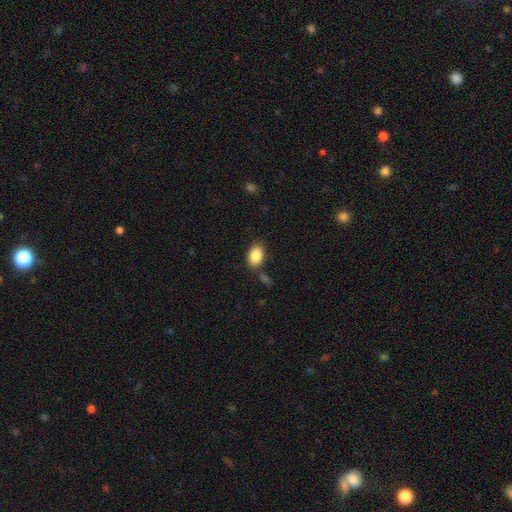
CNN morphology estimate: Smooth or featured: smooth — 87% (star or artifact — 7%)
How rounded: in between — 89% (round — 10%)
Merging: none — 78% (minor disturbance — 12%)